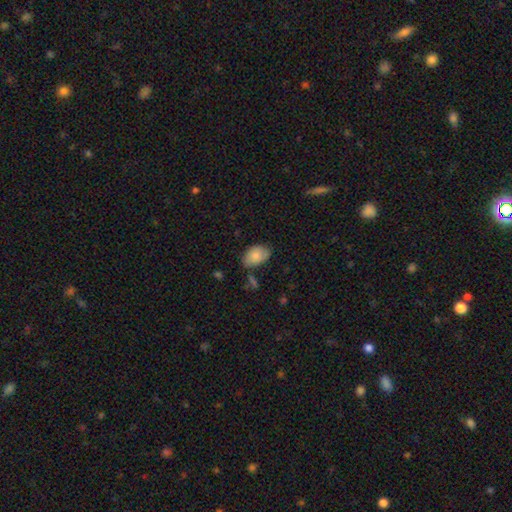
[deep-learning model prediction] Smooth or featured? Predicted: smooth (p=0.82). How rounded? Predicted: in between (p=0.90). Merging? Predicted: none (p=0.59).